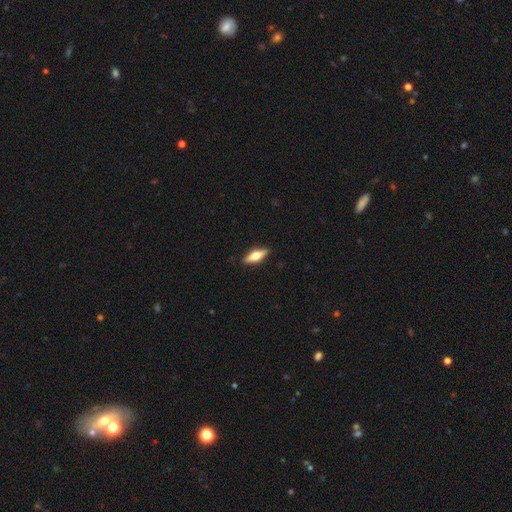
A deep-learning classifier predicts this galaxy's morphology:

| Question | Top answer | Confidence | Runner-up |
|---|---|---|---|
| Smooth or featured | smooth | 51% | featured or disk (43%) |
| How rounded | in between | 53% | cigar-shaped (44%) |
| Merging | none | 88% | minor disturbance (9%) |